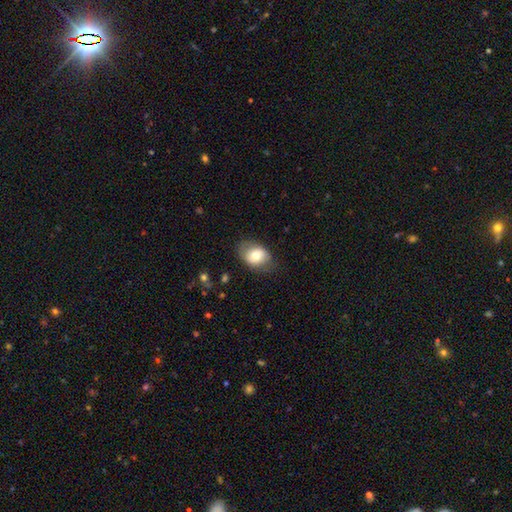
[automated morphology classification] smooth-or-featured: smooth: 69% | featured or disk: 24% | star or artifact: 7%
  how-rounded: in between: 70% | round: 29% | cigar-shaped: 1%
  merging: none: 72% | minor disturbance: 20% | major disturbance: 7% | merger: 1%